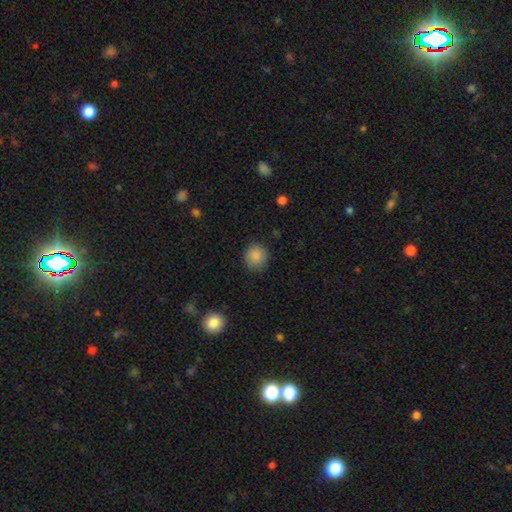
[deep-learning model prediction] smooth-or-featured: smooth: 86% | star or artifact: 9% | featured or disk: 5%
  how-rounded: round: 89% | in between: 10% | cigar-shaped: 1%
  merging: none: 86% | minor disturbance: 10% | major disturbance: 3% | merger: 1%